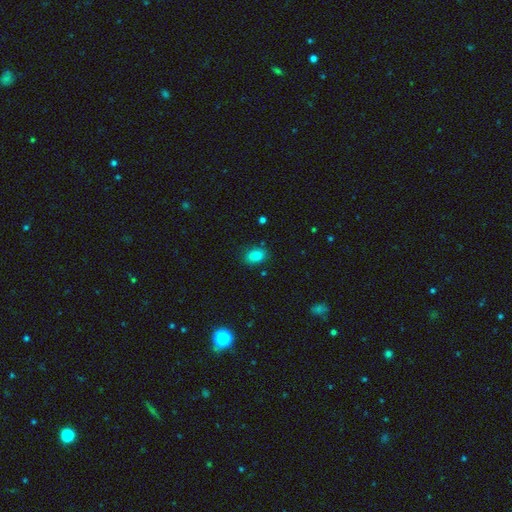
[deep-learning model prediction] The model was most divided on "merging": none: 78%, minor disturbance: 15%, major disturbance: 4%, merger: 2%. More confident: smooth or featured — smooth (85%); how rounded — in between (85%).